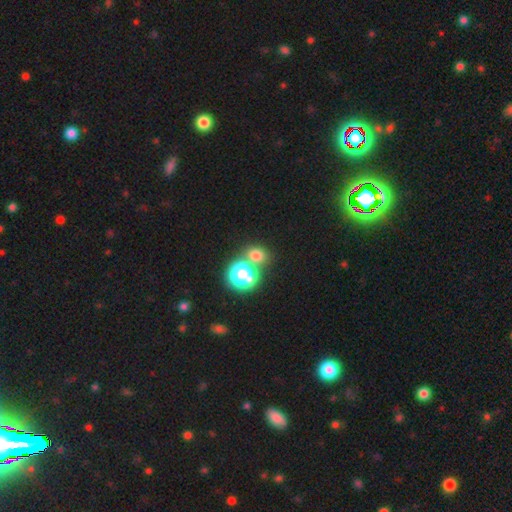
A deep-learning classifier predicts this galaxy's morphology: Overall: smooth (68%). How rounded: round (69%; in between 30%). Merging: none (62%; merger 26%).